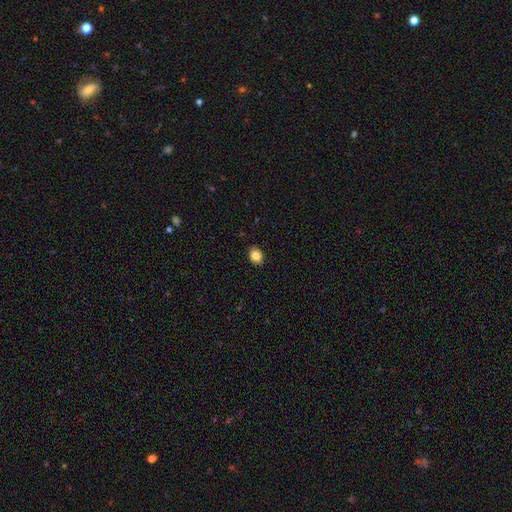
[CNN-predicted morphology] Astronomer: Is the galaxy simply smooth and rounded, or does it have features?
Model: smooth — 85%.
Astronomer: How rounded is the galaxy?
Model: in between — 62% (runner-up: round, 37%).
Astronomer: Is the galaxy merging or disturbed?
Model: none — 89%.